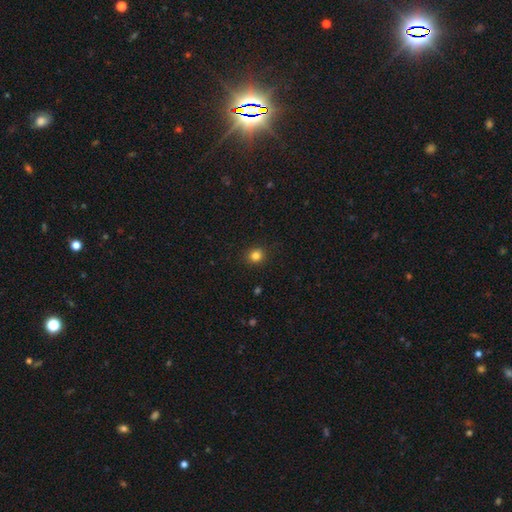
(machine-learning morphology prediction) The model was most divided on "how rounded": round: 83%, in between: 16%, cigar-shaped: 1%. More confident: merging — none (90%); smooth or featured — smooth (83%).